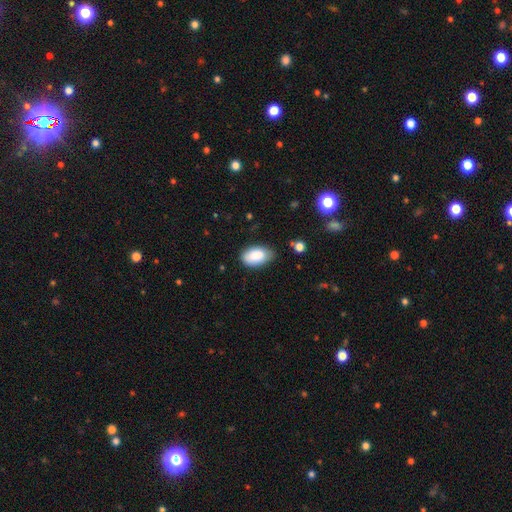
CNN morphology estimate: smooth-or-featured: smooth: 88% | star or artifact: 7% | featured or disk: 6%
  how-rounded: in between: 94% | round: 4% | cigar-shaped: 1%
  merging: none: 75% | minor disturbance: 19% | major disturbance: 3% | merger: 2%